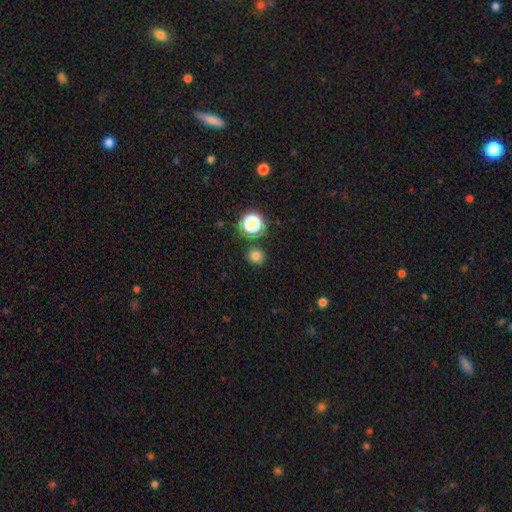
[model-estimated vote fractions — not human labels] Smooth or featured: smooth — 77% (star or artifact — 18%)
How rounded: round — 90% (in between — 9%)
Merging: none — 87% (minor disturbance — 7%)